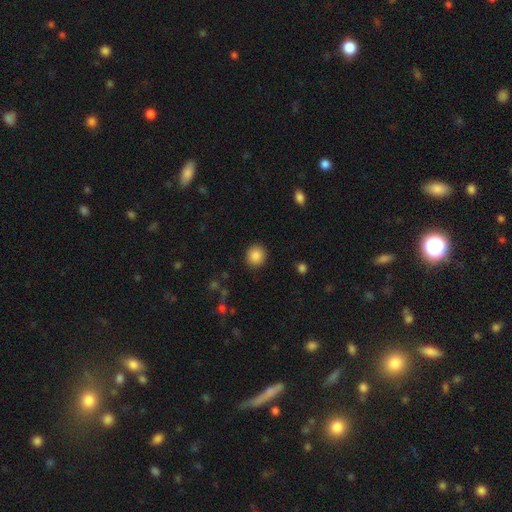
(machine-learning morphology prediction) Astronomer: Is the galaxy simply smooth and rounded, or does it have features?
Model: smooth — 87%.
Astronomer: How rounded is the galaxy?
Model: round — 91%.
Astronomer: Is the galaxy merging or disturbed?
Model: none — 91%.